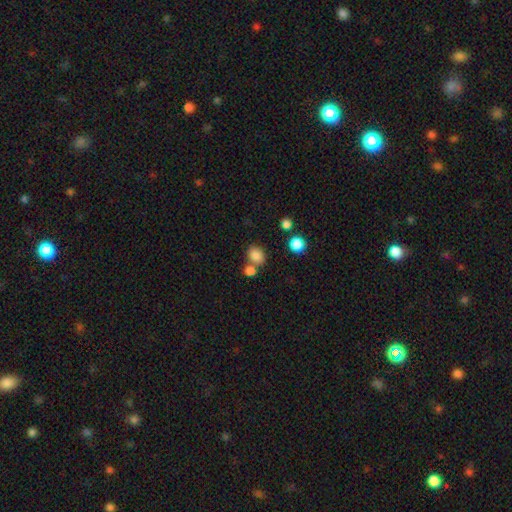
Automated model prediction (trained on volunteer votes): smooth-or-featured: smooth: 83% | star or artifact: 11% | featured or disk: 6%
  how-rounded: round: 51% | in between: 48% | cigar-shaped: 1%
  merging: none: 57% | merger: 28% | minor disturbance: 11% | major disturbance: 4%